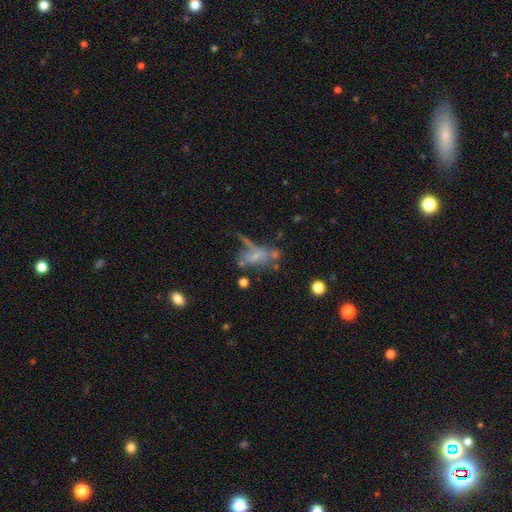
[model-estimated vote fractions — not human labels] Q: Smooth or featured?
A: featured or disk (45%); runner-up: smooth (38%)
Q: Merging?
A: major disturbance (33%); runner-up: none (27%)